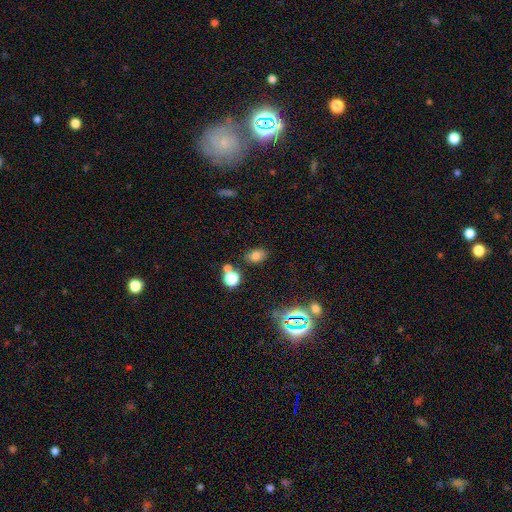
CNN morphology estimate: The model was most divided on "how rounded": in between: 73%, round: 25%, cigar-shaped: 2%. More confident: merging — none (75%); smooth or featured — smooth (74%).